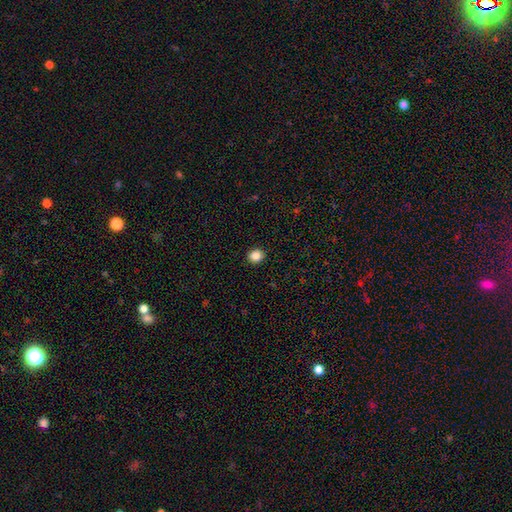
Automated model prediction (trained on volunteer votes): A smooth galaxy with no disk features (86%) that is round (82%).

Vote fractions:
- Smooth or featured? smooth: 86% / star or artifact: 11% / featured or disk: 4%
- How rounded? round: 82% / in between: 17% / cigar-shaped: 1%
- Merging? none: 93% / minor disturbance: 5% / major disturbance: 2% / merger: 1%